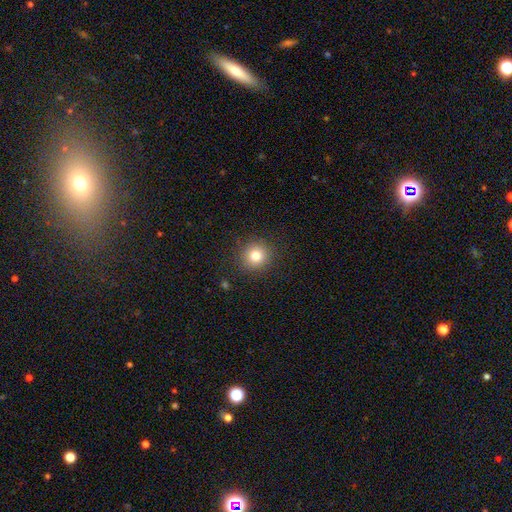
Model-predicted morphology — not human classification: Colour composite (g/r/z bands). It shows a smooth galaxy with no disk features (81%) that is round (92%). Merging: none (89%).